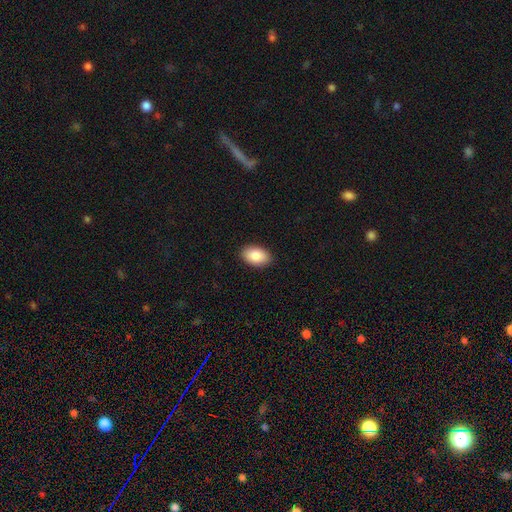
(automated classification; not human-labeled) Smooth or featured: smooth — 87% (star or artifact — 7%)
How rounded: in between — 92% (round — 6%)
Merging: none — 90% (minor disturbance — 8%)